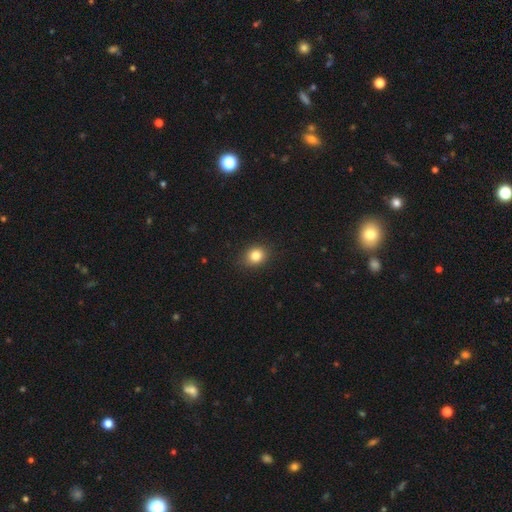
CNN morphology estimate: Smooth or featured?
  - smooth: 84% *
  - star or artifact: 11%
  - featured or disk: 6%
How rounded?
  - round: 62% *
  - in between: 37%
  - cigar-shaped: 1%
Merging?
  - none: 89% *
  - minor disturbance: 8%
  - major disturbance: 2%
  - merger: 1%